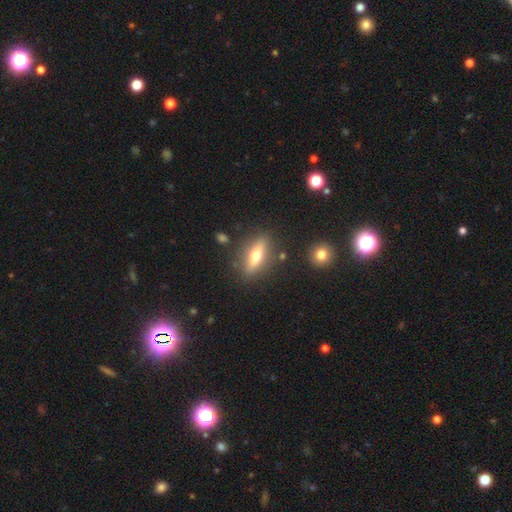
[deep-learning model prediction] This is possibly a featured or disk galaxy (48%). Merging: clearly none (83%).